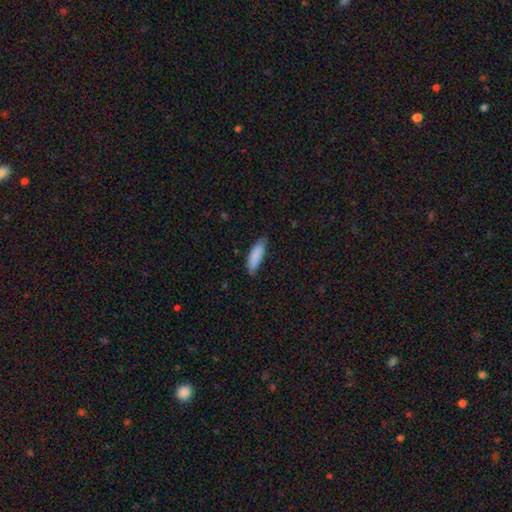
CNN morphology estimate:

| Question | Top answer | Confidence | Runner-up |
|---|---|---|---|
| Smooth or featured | smooth | 86% | featured or disk (8%) |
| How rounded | in between | 55% | cigar-shaped (44%) |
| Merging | none | 70% | minor disturbance (25%) |